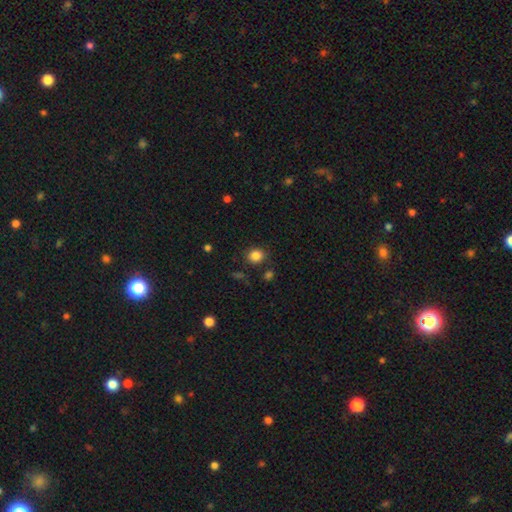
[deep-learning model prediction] This appears to be a smooth galaxy with no disk features (84%) that is round (78%). Merging: none (85%).